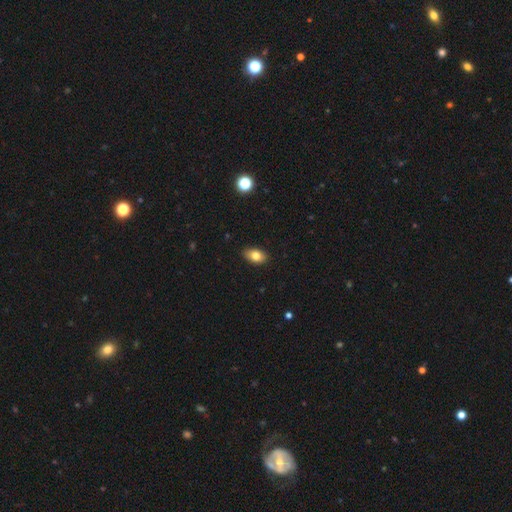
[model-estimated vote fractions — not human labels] Morphology: type=smooth (80%); roundness=in between (87%); merging=none (88%).